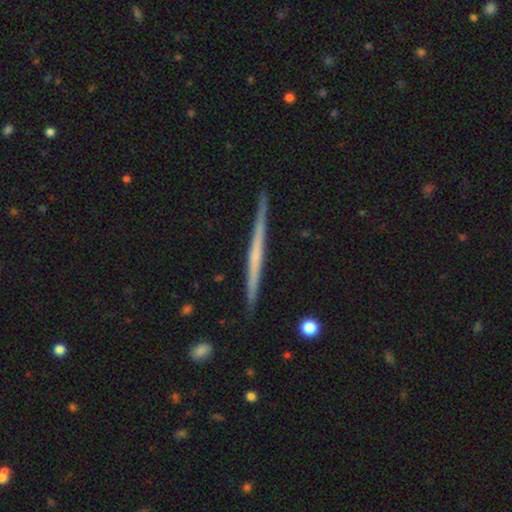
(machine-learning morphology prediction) type=featured or disk (62%); edge-on=yes (98%); edge-on bulge=none (86%); merging=none (91%).